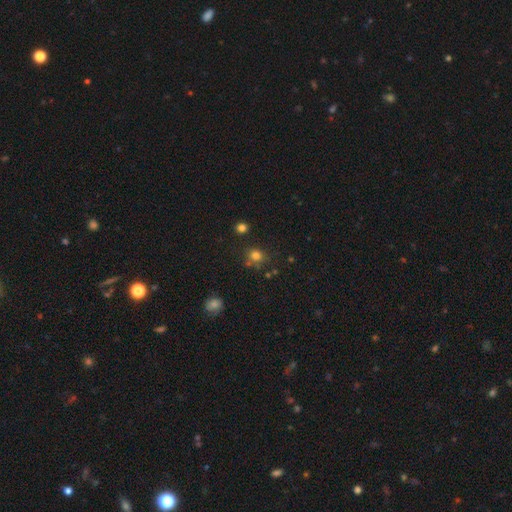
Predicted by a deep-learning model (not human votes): Smooth or featured: smooth — 76% (star or artifact — 17%)
How rounded: round — 78% (in between — 21%)
Merging: none — 71% (minor disturbance — 14%)